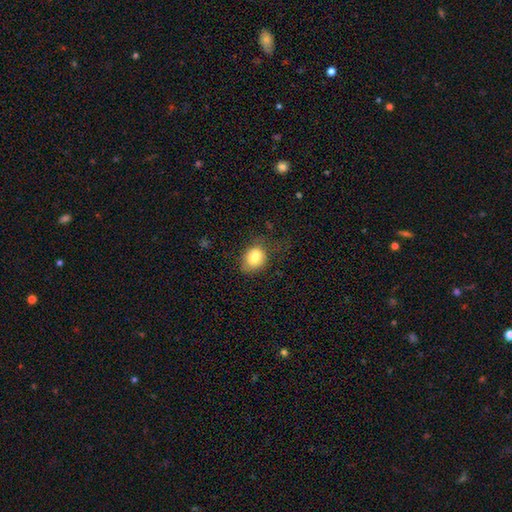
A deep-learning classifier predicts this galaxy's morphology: This is clearly a smooth galaxy (80%). How rounded: likely in between (65%). Merging: possibly none (53%).